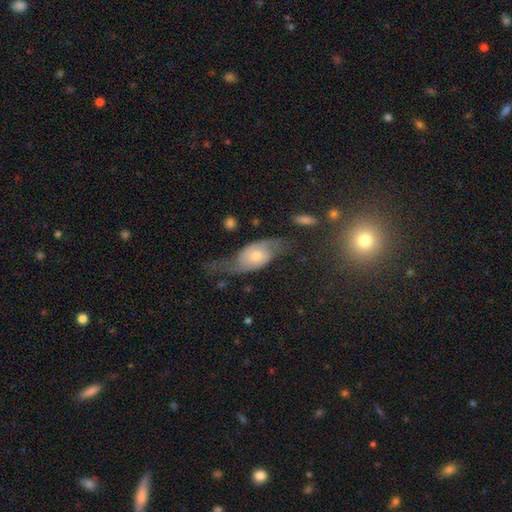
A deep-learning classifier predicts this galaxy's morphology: Q: Smooth or featured?
A: featured or disk (68%); runner-up: smooth (24%)
Q: Edge-on disk?
A: no (90%); runner-up: yes (10%)
Q: Bar?
A: no (69%); runner-up: weak (25%)
Q: Spiral arms?
A: yes (89%); runner-up: no (11%)
Q: Spiral winding?
A: loose (64%); runner-up: medium (26%)
Q: Spiral arm count?
A: 2 (89%); runner-up: can't tell (5%)
Q: Bulge size?
A: moderate (53%); runner-up: small (34%)
Q: Merging?
A: none (47%); runner-up: major disturbance (25%)